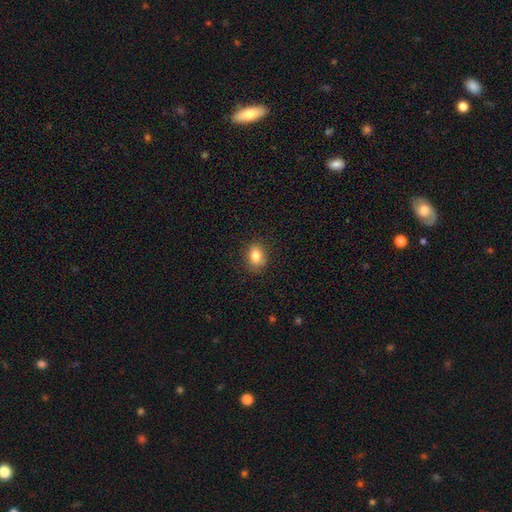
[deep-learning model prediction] smooth-or-featured: smooth: 83% | star or artifact: 10% | featured or disk: 7%
  how-rounded: in between: 61% | round: 38% | cigar-shaped: 1%
  merging: none: 85% | minor disturbance: 11% | major disturbance: 3% | merger: 1%